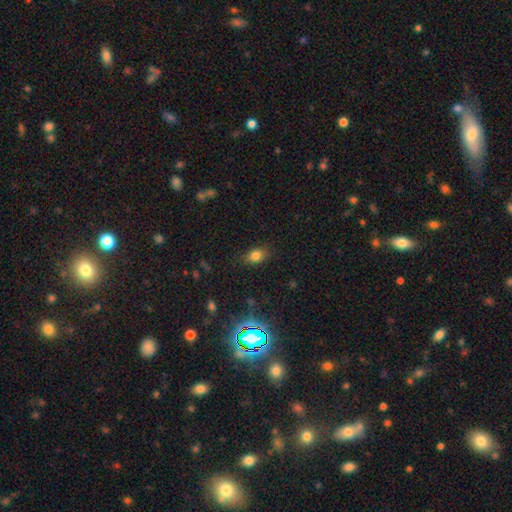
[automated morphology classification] Smooth or featured? Predicted: smooth (p=0.75). How rounded? Predicted: in between (p=0.65). Merging? Predicted: none (p=0.79).